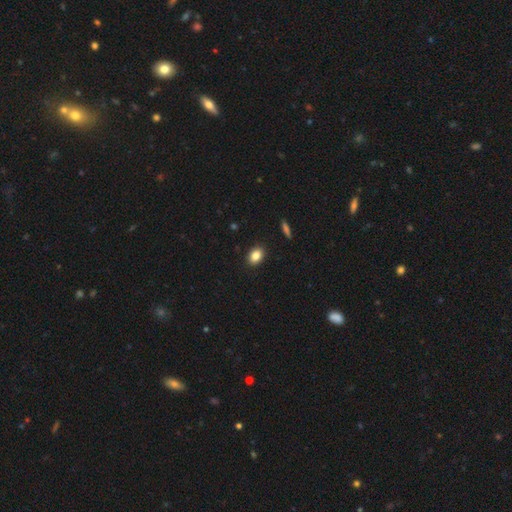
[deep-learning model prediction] Overall: smooth (86%). How rounded: in between (75%). Merging: none (90%).